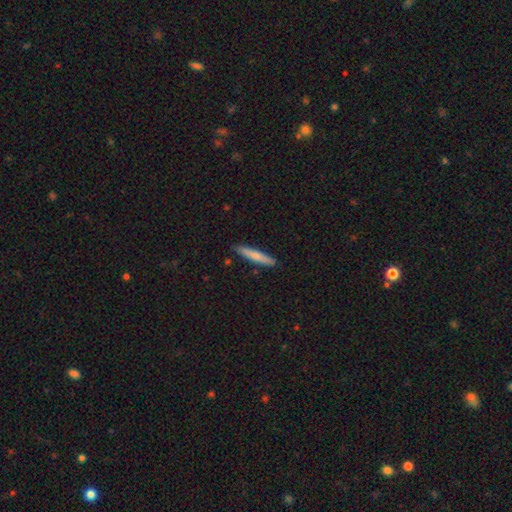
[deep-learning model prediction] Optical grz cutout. It shows a smooth galaxy with no disk features (71%) that is cigar-shaped (93%). Merging: none (88%).